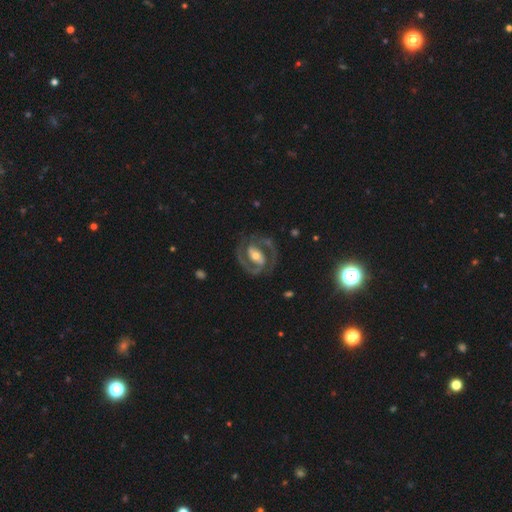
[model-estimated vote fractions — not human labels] Q: Smooth or featured?
A: featured or disk (88%); runner-up: smooth (7%)
Q: Edge-on disk?
A: no (97%); runner-up: yes (3%)
Q: Bar?
A: strong (45%); runner-up: weak (33%)
Q: Spiral arms?
A: yes (93%); runner-up: no (7%)
Q: Spiral winding?
A: medium (51%); runner-up: tight (38%)
Q: Spiral arm count?
A: 2 (91%); runner-up: can't tell (3%)
Q: Bulge size?
A: moderate (63%); runner-up: small (27%)
Q: Merging?
A: none (78%); runner-up: minor disturbance (13%)